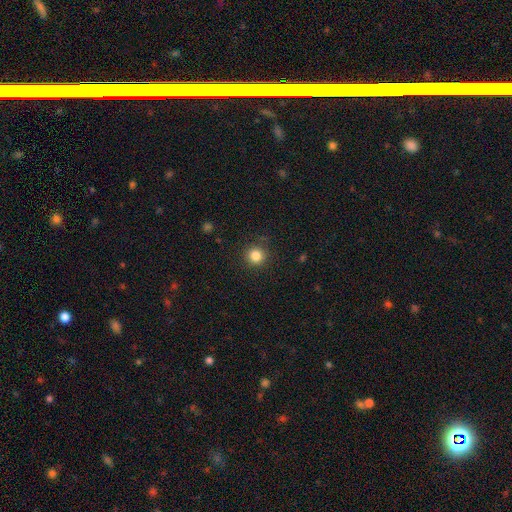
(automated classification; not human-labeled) Smooth or featured: smooth — 83% (star or artifact — 12%)
How rounded: round — 94% (in between — 5%)
Merging: none — 90% (minor disturbance — 6%)